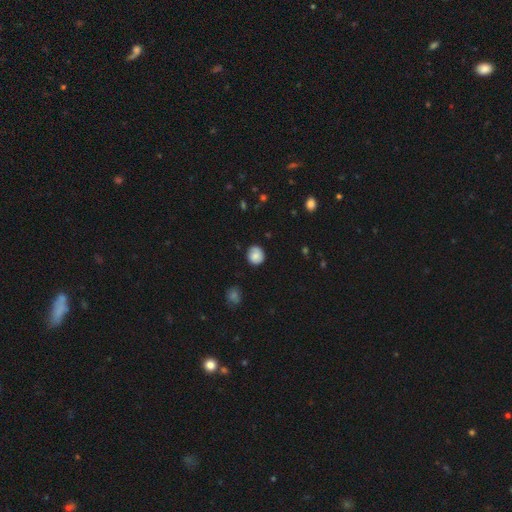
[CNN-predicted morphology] A smooth galaxy with no disk features (79%) that is round (85%). Merging: none (81%).